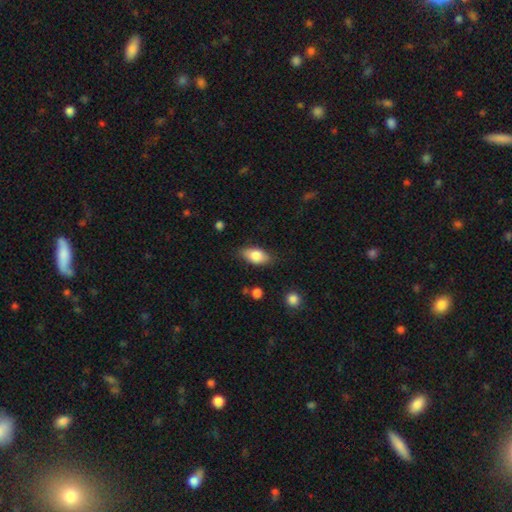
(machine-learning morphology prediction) This appears to be a smooth galaxy with no disk features (80%) that is in between round and cigar-shaped (90%). Merging: none (79%).